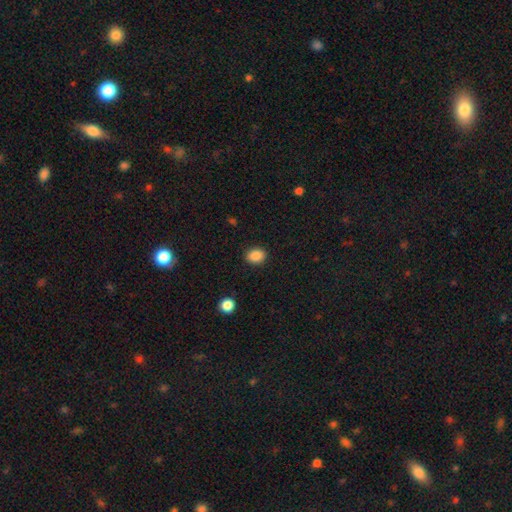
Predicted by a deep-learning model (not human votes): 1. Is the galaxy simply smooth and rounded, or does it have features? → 88% smooth, 9% star or artifact, 3% featured or disk.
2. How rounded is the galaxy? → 52% in between, 47% round, 1% cigar-shaped.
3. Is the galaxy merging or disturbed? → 90% none, 7% minor disturbance, 2% major disturbance, 1% merger.